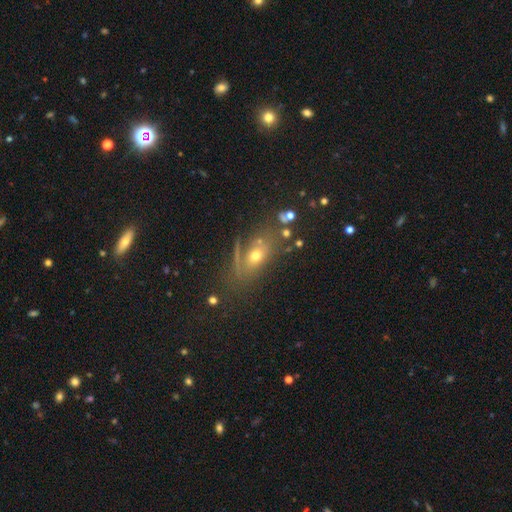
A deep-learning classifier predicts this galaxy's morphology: Smooth or featured? Predicted: smooth (p=0.54). How rounded? Predicted: in between (p=0.71). Merging? Predicted: none (p=0.60).